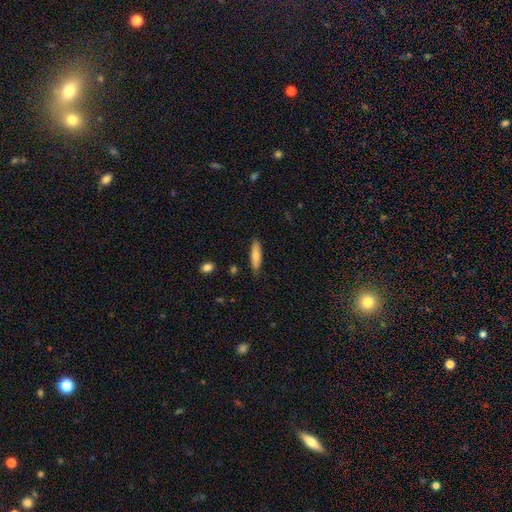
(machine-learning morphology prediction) smooth_or_featured: smooth (p=0.80) [alt: featured or disk p=0.14]
how_rounded: cigar-shaped (p=0.69) [alt: in between p=0.30]
merging: none (p=0.83) [alt: minor disturbance p=0.13]